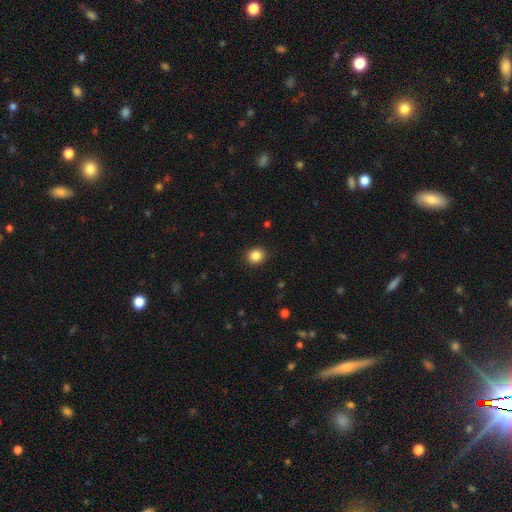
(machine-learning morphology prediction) The model was most divided on "how rounded": round: 83%, in between: 16%, cigar-shaped: 1%. More confident: merging — none (90%); smooth or featured — smooth (85%).